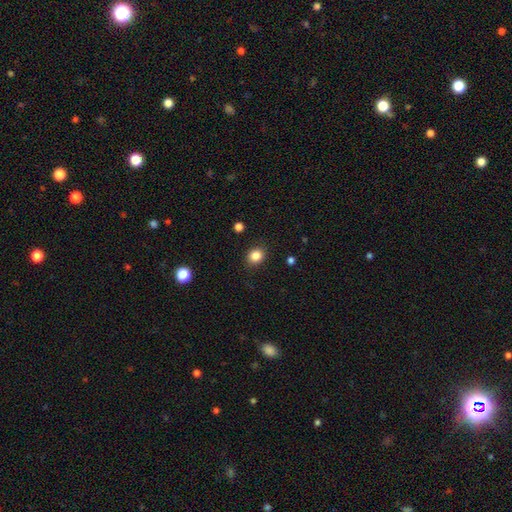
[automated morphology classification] This is clearly a smooth galaxy (85%). How rounded: likely round (70%). Merging: clearly none (88%).